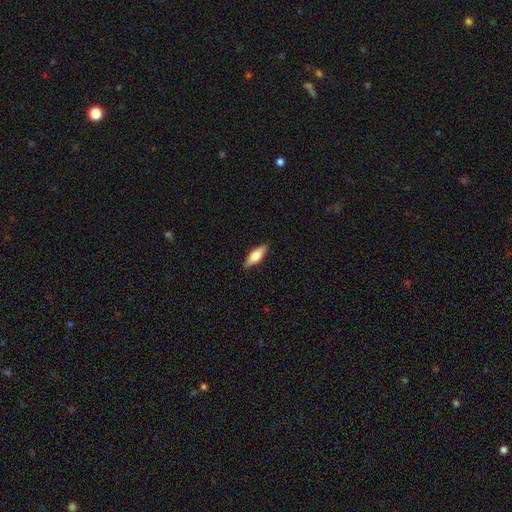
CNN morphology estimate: The model was most divided on "how rounded": in between: 58%, cigar-shaped: 40%, round: 2%. More confident: merging — none (89%); smooth or featured — smooth (60%).